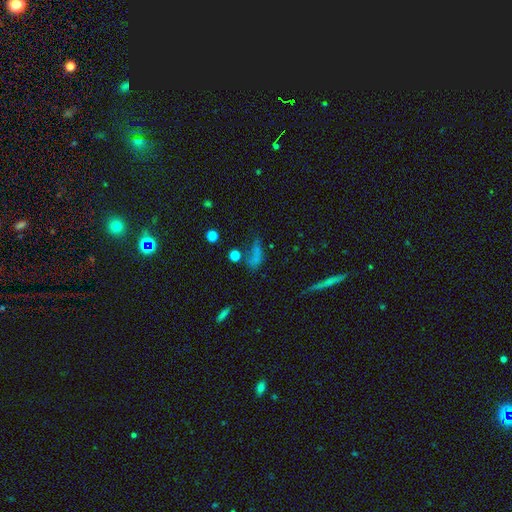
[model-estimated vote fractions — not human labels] smooth-or-featured: smooth: 59% | star or artifact: 23% | featured or disk: 18%
  how-rounded: in between: 60% | cigar-shaped: 21% | round: 19%
  merging: none: 38% | major disturbance: 27% | minor disturbance: 22% | merger: 13%